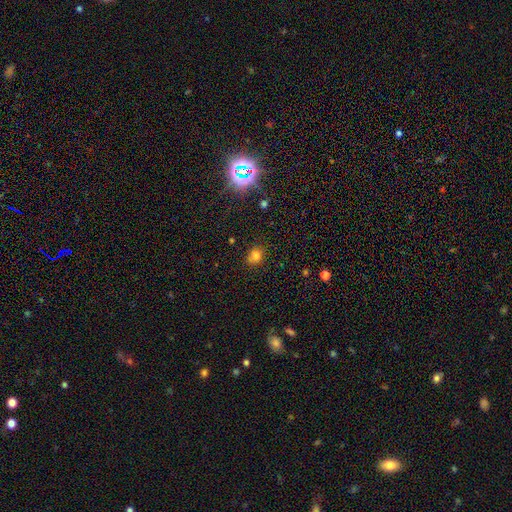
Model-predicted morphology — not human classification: This appears to be a smooth galaxy with no disk features (73%) that is round (59%). Merging: none (69%).